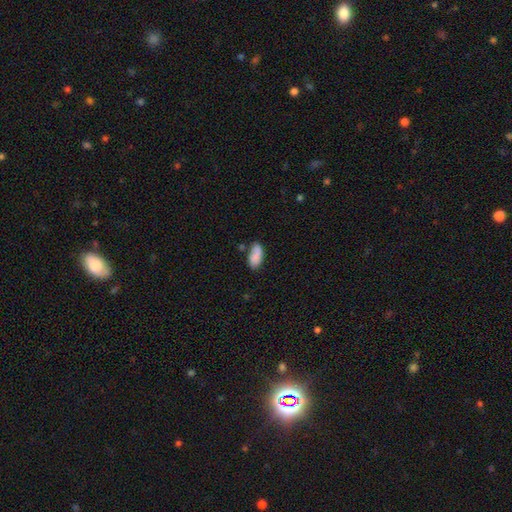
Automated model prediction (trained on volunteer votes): A smooth galaxy with no disk features (83%) that is in between round and cigar-shaped (91%).

Vote fractions:
- Smooth or featured? smooth: 83% / featured or disk: 9% / star or artifact: 7%
- How rounded? in between: 91% / cigar-shaped: 6% / round: 3%
- Merging? none: 63% / minor disturbance: 22% / merger: 9% / major disturbance: 6%